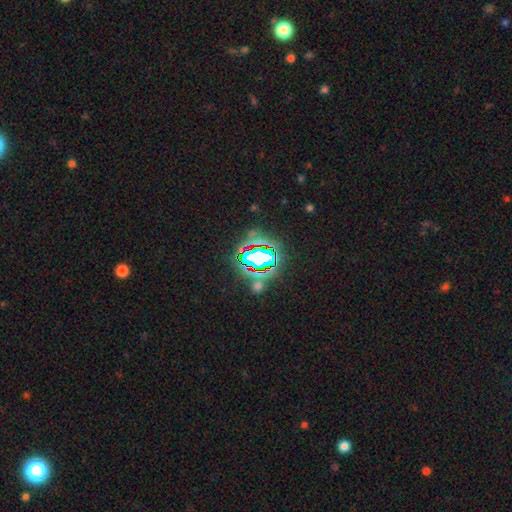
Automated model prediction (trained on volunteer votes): This is likely a star or artifact rather than a galaxy (72%).